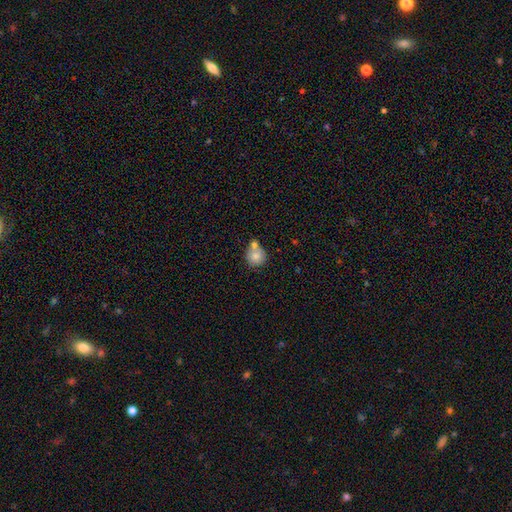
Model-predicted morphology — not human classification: A smooth galaxy with no disk features (79%) that is round (89%).

Vote fractions:
- Smooth or featured? smooth: 79% / featured or disk: 12% / star or artifact: 9%
- How rounded? round: 89% / in between: 10% / cigar-shaped: 1%
- Merging? none: 49% / merger: 36% / minor disturbance: 12% / major disturbance: 4%